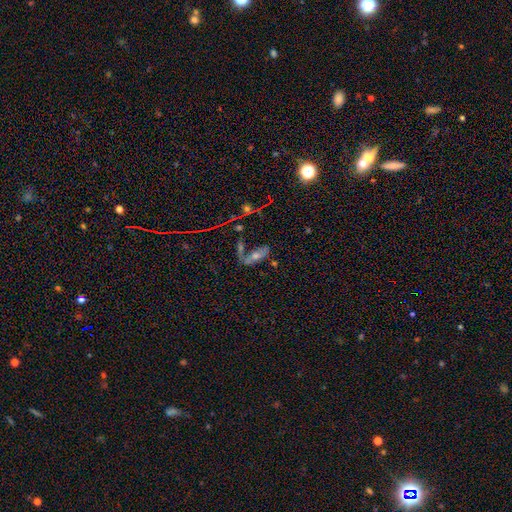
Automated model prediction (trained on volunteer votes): Smooth or featured: featured or disk — 41% (smooth — 37%)
Merging: none — 42% (merger — 23%)